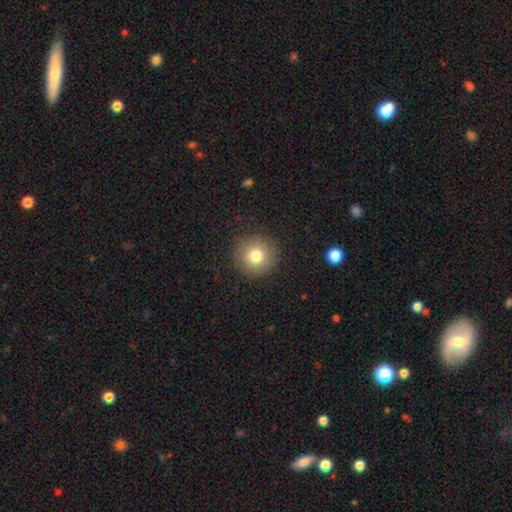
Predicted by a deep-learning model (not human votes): Smooth or featured?
  - smooth: 79% *
  - star or artifact: 11%
  - featured or disk: 10%
How rounded?
  - round: 94% *
  - in between: 5%
  - cigar-shaped: 1%
Merging?
  - none: 89% *
  - minor disturbance: 7%
  - major disturbance: 3%
  - merger: 1%